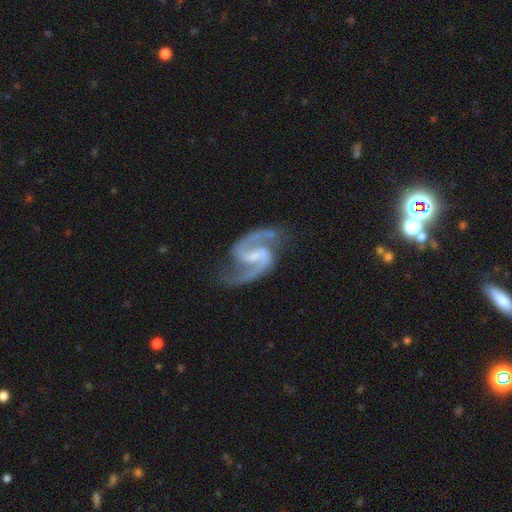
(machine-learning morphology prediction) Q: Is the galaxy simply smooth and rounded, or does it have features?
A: featured or disk — 93%.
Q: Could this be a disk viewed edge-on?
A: no — 98%.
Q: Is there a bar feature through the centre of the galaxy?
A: weak — 54%.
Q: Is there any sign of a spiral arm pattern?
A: yes — 98%.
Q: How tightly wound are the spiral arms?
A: medium — 62%.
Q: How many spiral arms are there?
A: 2 — 94%.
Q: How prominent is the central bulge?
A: small — 50%.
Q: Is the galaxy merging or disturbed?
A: none — 76%.